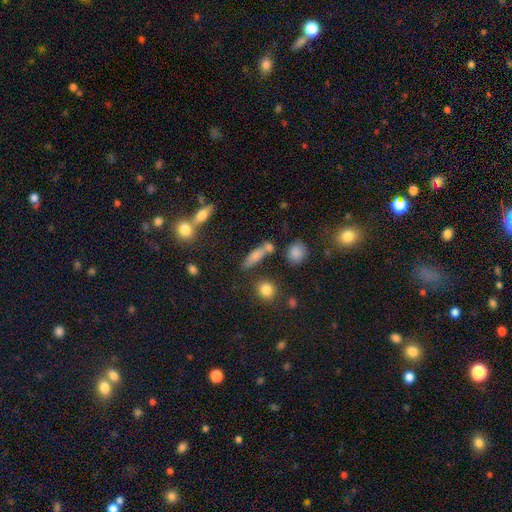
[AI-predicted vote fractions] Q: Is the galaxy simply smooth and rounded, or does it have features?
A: smooth — 73%.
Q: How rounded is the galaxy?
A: cigar-shaped — 53%.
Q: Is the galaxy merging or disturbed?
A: none — 58%.